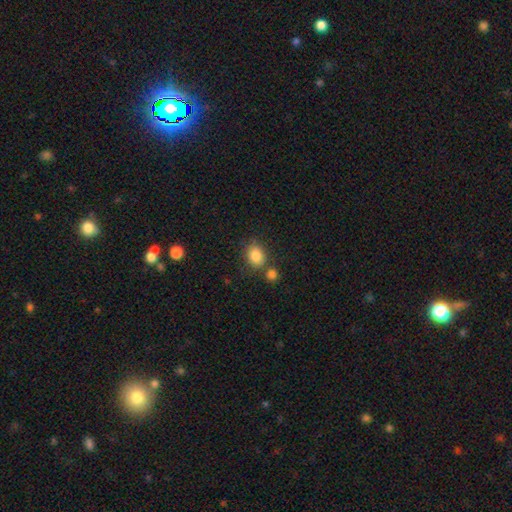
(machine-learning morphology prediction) This appears to be a smooth galaxy with no disk features (85%) that is in between round and cigar-shaped (52%). Merging: none (65%).